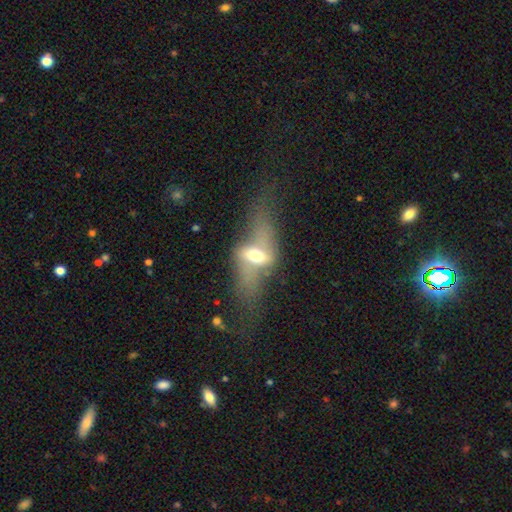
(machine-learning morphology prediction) Overall: featured or disk (57%; smooth 33%). Edge-on disk: no (59%; yes 41%). Merging: none (39%; major disturbance 35%).